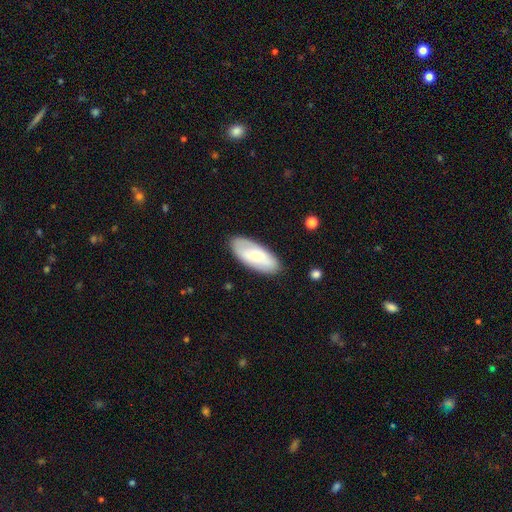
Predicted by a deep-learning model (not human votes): Smooth or featured? Predicted: smooth (p=0.56). How rounded? Predicted: in between (p=0.86). Merging? Predicted: none (p=0.85).